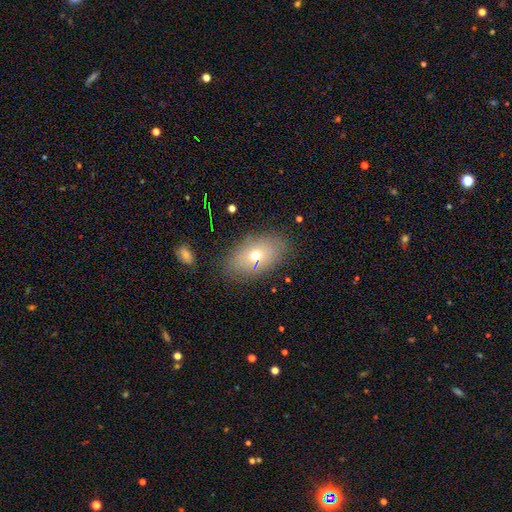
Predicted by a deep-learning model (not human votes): Smooth or featured? smooth (66%)
How rounded? in between (87%)
Merging? none (81%)